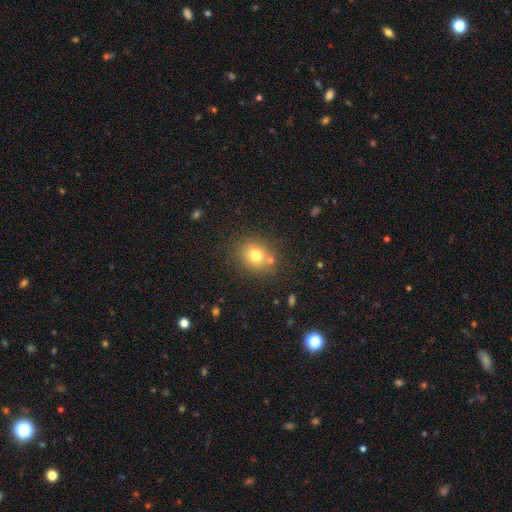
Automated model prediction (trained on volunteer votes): smooth-or-featured: smooth: 73% | star or artifact: 14% | featured or disk: 13%
  how-rounded: round: 68% | in between: 31% | cigar-shaped: 1%
  merging: none: 74% | minor disturbance: 11% | merger: 11% | major disturbance: 4%